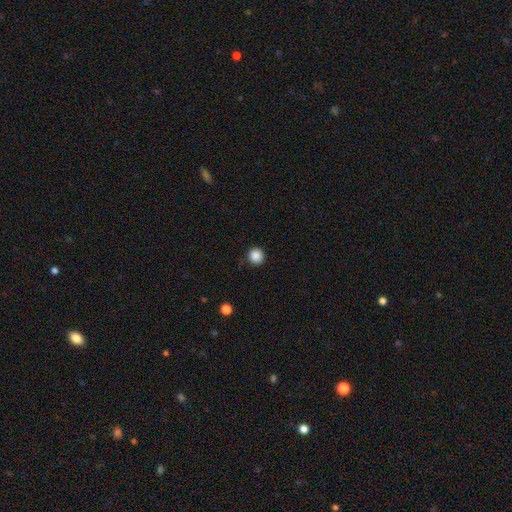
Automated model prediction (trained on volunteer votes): Overall: smooth (87%). How rounded: round (95%). Merging: none (90%).